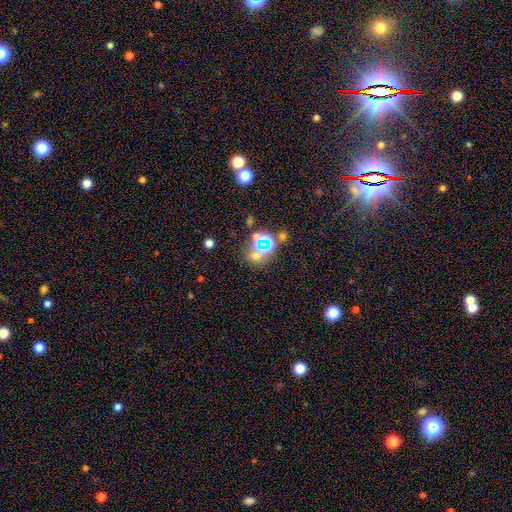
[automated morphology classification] smooth_or_featured: star or artifact (p=0.56) [alt: smooth p=0.33]